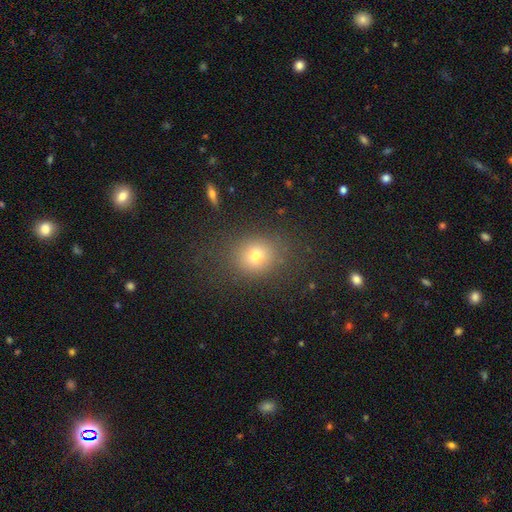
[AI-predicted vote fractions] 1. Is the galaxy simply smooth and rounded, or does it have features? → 75% smooth, 15% star or artifact, 11% featured or disk.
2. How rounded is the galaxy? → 62% round, 37% in between, 1% cigar-shaped.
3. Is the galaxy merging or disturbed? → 78% none, 13% minor disturbance, 7% major disturbance, 2% merger.